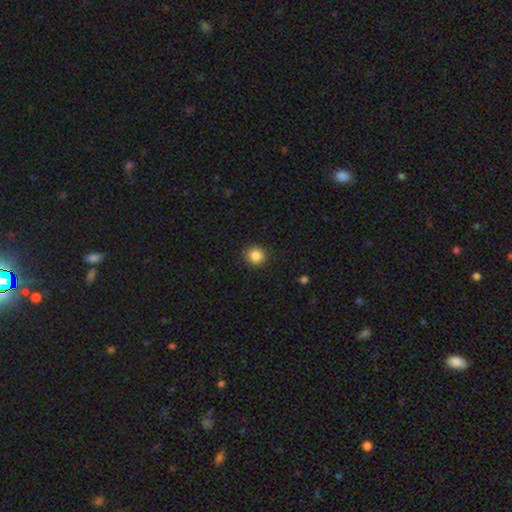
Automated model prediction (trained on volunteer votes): The model was most divided on "smooth or featured": smooth: 86%, star or artifact: 10%, featured or disk: 4%. More confident: how rounded — round (91%); merging — none (90%).